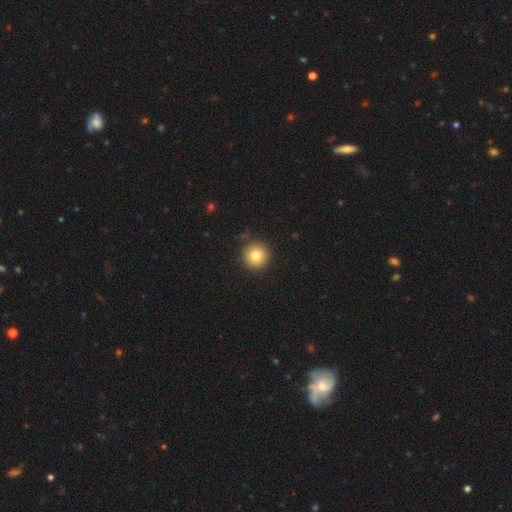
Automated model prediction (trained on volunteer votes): Overall: smooth (80%). How rounded: round (96%). Merging: none (89%).